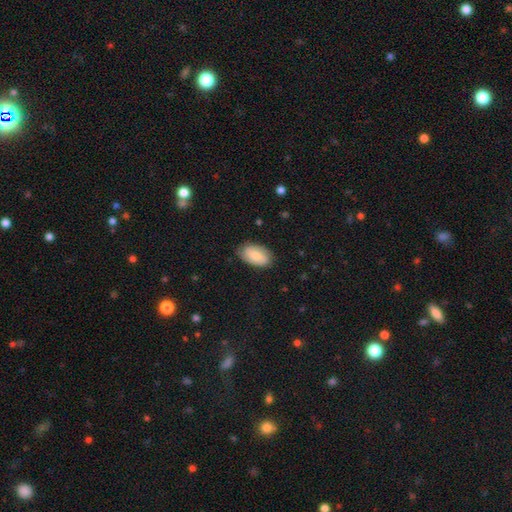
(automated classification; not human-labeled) This is possibly a smooth galaxy (55%). How rounded: clearly in between (92%). Merging: likely none (79%).